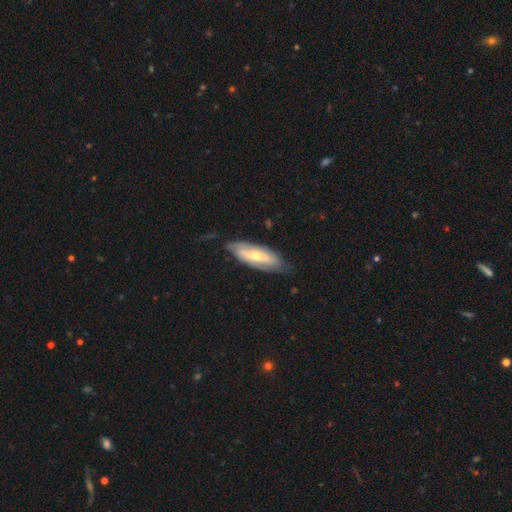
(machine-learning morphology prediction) This appears to be a featured or disk galaxy (57%). Merging: none (71%).